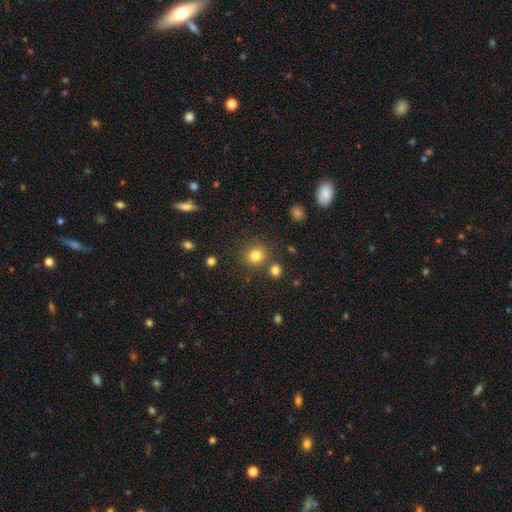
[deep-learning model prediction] smooth 81%, star or artifact 13%, featured or disk 6%. Down the decision tree: how rounded — round (86%); merging — none (78%).